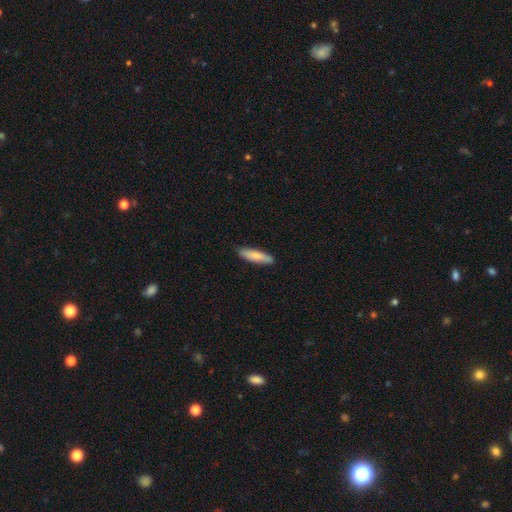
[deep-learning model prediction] Q: Smooth or featured?
A: smooth (78%); runner-up: featured or disk (17%)
Q: How rounded?
A: cigar-shaped (72%); runner-up: in between (27%)
Q: Merging?
A: none (86%); runner-up: minor disturbance (11%)